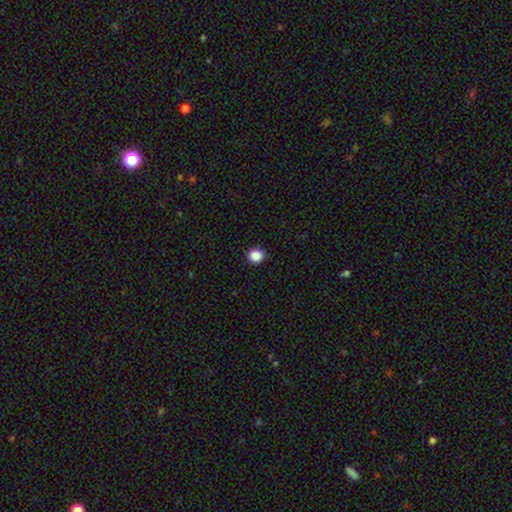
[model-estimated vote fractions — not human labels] Smooth or featured? smooth (87%)
How rounded? round (88%)
Merging? none (92%)